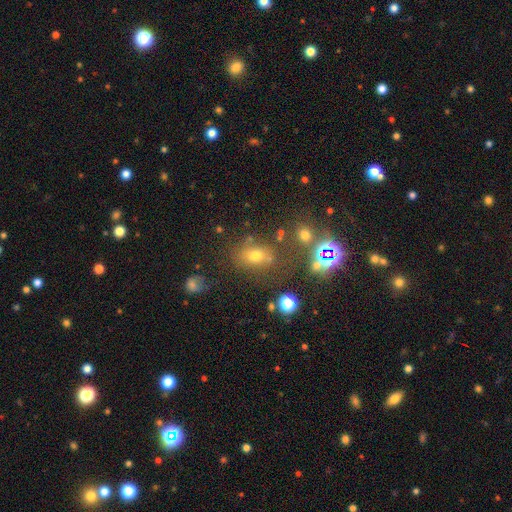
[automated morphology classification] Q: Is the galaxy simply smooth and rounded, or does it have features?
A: smooth — 61%.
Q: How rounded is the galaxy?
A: in between — 61%.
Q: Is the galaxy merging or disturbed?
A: none — 65%.